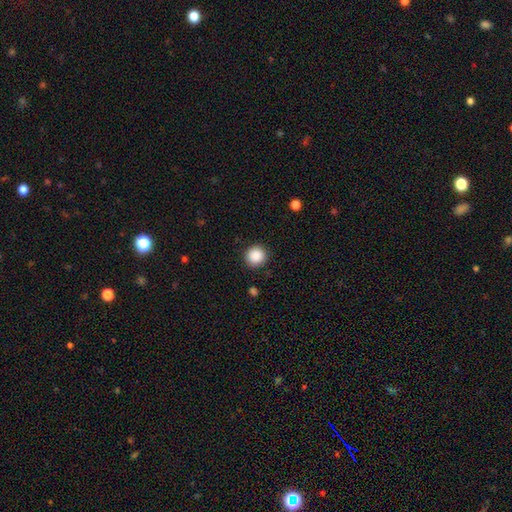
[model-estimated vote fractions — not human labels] Smooth or featured? smooth (88%)
How rounded? round (94%)
Merging? none (91%)